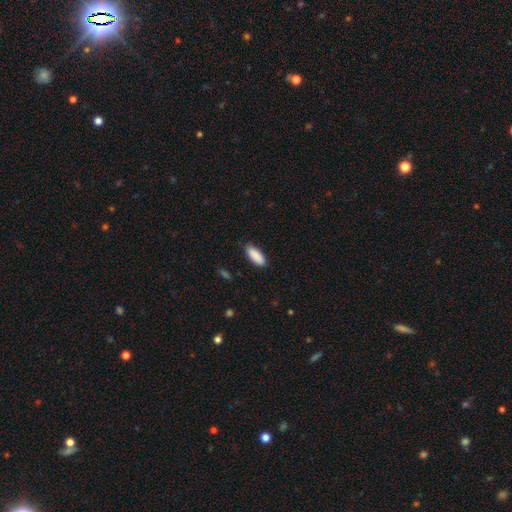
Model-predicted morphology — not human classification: Smooth or featured?
  - smooth: 91% *
  - star or artifact: 6%
  - featured or disk: 4%
How rounded?
  - in between: 81% *
  - cigar-shaped: 18%
  - round: 2%
Merging?
  - none: 86% *
  - minor disturbance: 11%
  - major disturbance: 2%
  - merger: 1%